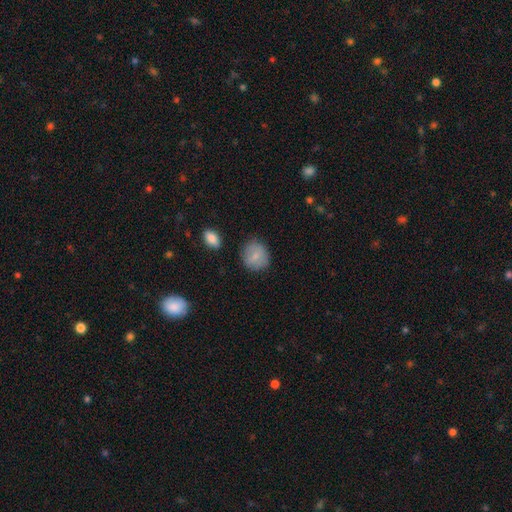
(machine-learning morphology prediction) Smooth or featured?
  - smooth: 81% *
  - featured or disk: 12%
  - star or artifact: 7%
How rounded?
  - round: 82% *
  - in between: 17%
  - cigar-shaped: 1%
Merging?
  - none: 80% *
  - minor disturbance: 14%
  - major disturbance: 3%
  - merger: 2%